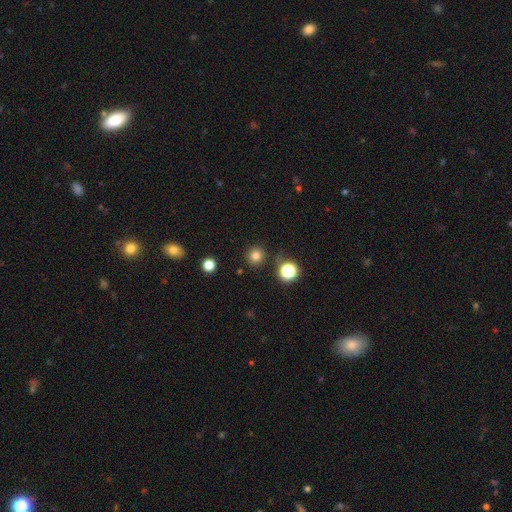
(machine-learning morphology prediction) This appears to be a smooth galaxy with no disk features (80%) that is round (93%). Merging: none (87%).